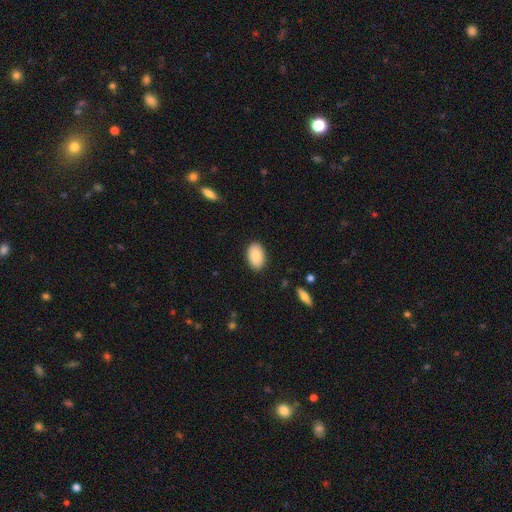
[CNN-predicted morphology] Smooth or featured?
  - smooth: 87% *
  - featured or disk: 7%
  - star or artifact: 6%
How rounded?
  - in between: 92% *
  - round: 6%
  - cigar-shaped: 1%
Merging?
  - none: 89% *
  - minor disturbance: 8%
  - major disturbance: 2%
  - merger: 1%